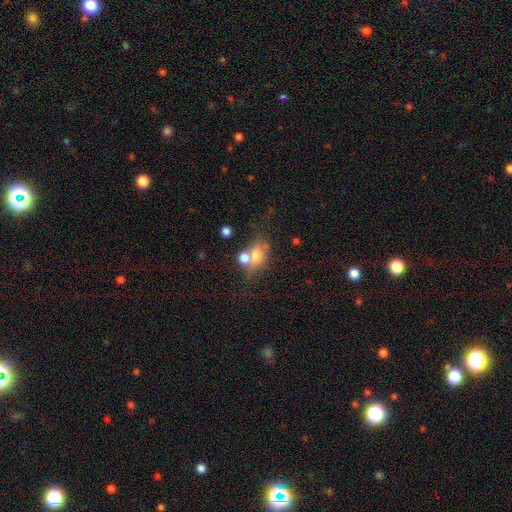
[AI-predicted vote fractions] Q: Smooth or featured?
A: smooth (67%); runner-up: featured or disk (20%)
Q: How rounded?
A: in between (62%); runner-up: round (36%)
Q: Merging?
A: none (39%); tied with: merger (39%)